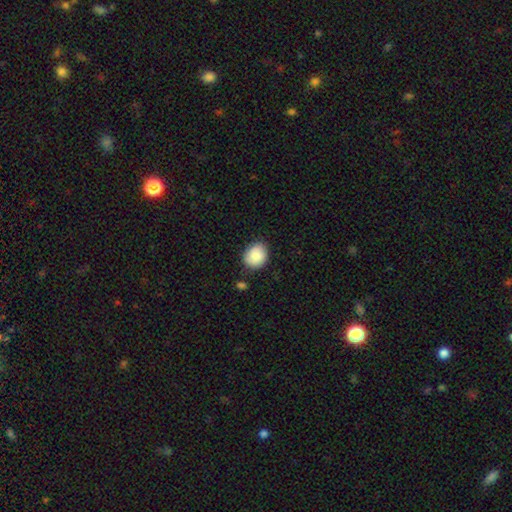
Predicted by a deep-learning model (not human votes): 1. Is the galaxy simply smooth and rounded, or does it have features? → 87% smooth, 7% star or artifact, 6% featured or disk.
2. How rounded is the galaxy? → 55% round, 44% in between, 1% cigar-shaped.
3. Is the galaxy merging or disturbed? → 76% none, 18% minor disturbance, 3% major disturbance, 3% merger.